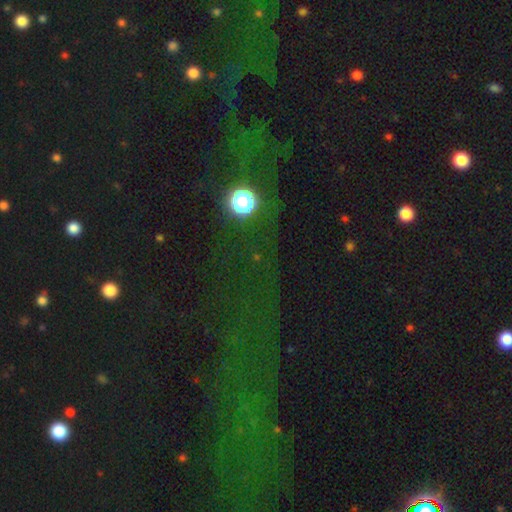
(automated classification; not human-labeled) Q: Smooth or featured?
A: star or artifact (67%); runner-up: smooth (21%)